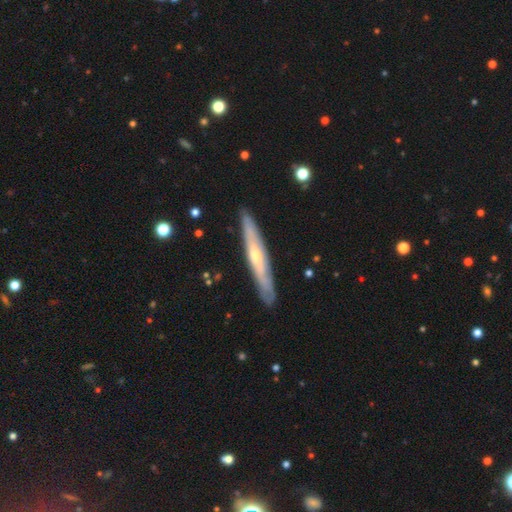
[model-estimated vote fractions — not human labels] This appears to be a featured or disk galaxy (62%) viewed edge-on (83%) with a rounded central bulge (62%). Merging: none (87%).